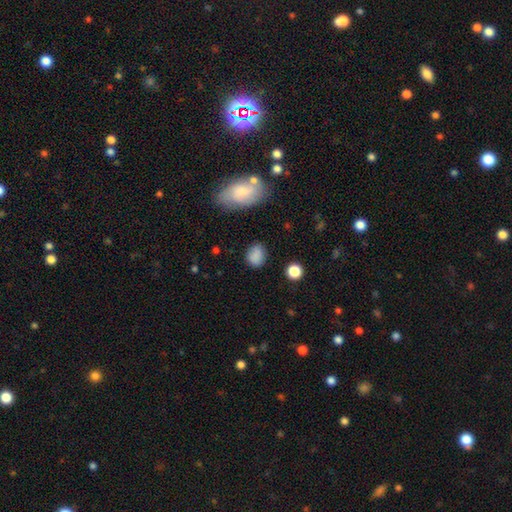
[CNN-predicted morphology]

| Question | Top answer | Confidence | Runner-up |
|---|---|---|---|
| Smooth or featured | smooth | 84% | star or artifact (9%) |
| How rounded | in between | 60% | round (38%) |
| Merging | none | 74% | minor disturbance (18%) |